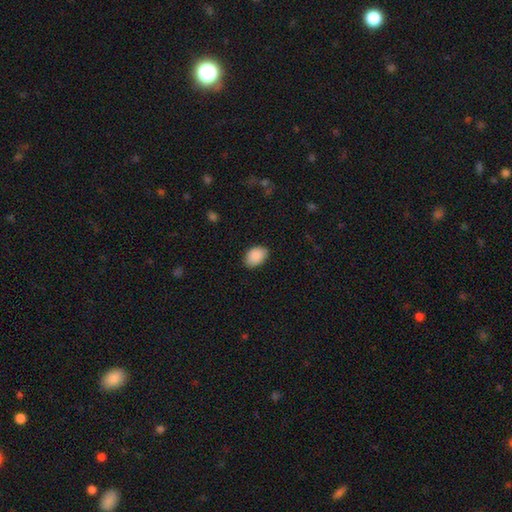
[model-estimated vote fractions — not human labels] Smooth or featured: smooth — 90% (star or artifact — 7%)
How rounded: in between — 83% (round — 16%)
Merging: none — 82% (minor disturbance — 14%)